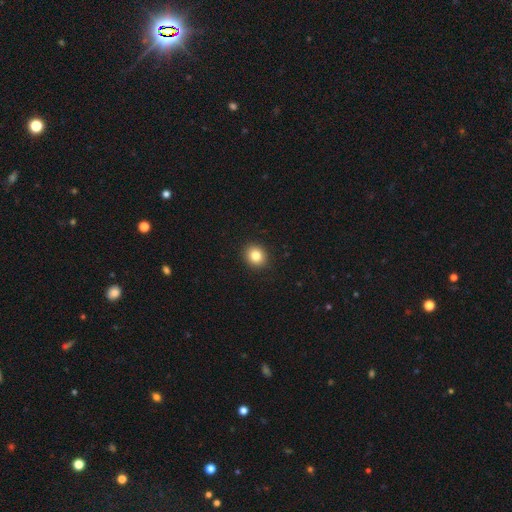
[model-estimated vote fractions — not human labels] smooth-or-featured: smooth: 84% | star or artifact: 10% | featured or disk: 6%
  how-rounded: round: 77% | in between: 22% | cigar-shaped: 1%
  merging: none: 92% | minor disturbance: 5% | major disturbance: 2% | merger: 1%